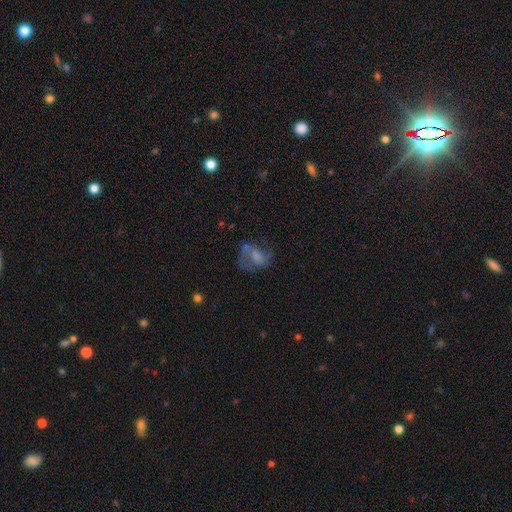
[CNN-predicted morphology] Smooth or featured: featured or disk — 57% (smooth — 32%)
Edge-on disk: no — 97% (yes — 3%)
Bar: no — 52% (weak — 38%)
Spiral arms: yes — 75% (no — 25%)
Bulge size: moderate — 30% (none — 28%)
Merging: none — 44% (major disturbance — 29%)